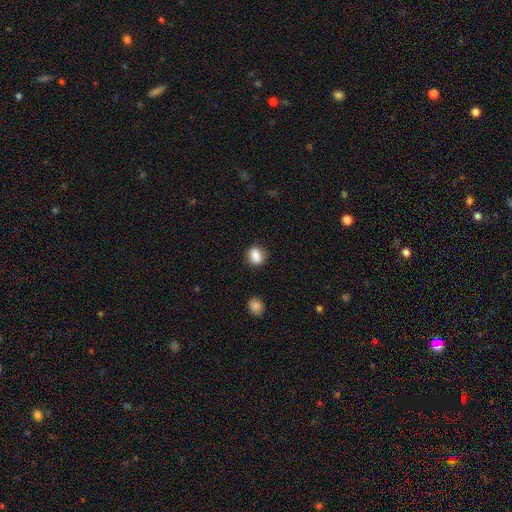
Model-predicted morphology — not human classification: Smooth or featured: smooth — 86% (star or artifact — 9%)
How rounded: in between — 50% (round — 48%)
Merging: none — 79% (minor disturbance — 15%)